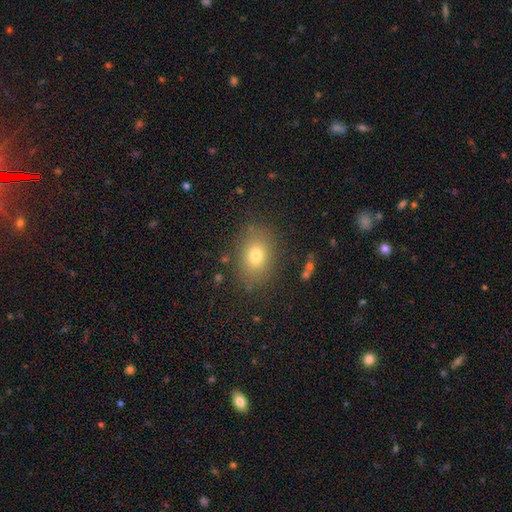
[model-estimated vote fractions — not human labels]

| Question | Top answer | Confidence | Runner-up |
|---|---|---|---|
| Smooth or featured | smooth | 74% | star or artifact (13%) |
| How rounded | in between | 69% | round (29%) |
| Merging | none | 83% | minor disturbance (11%) |